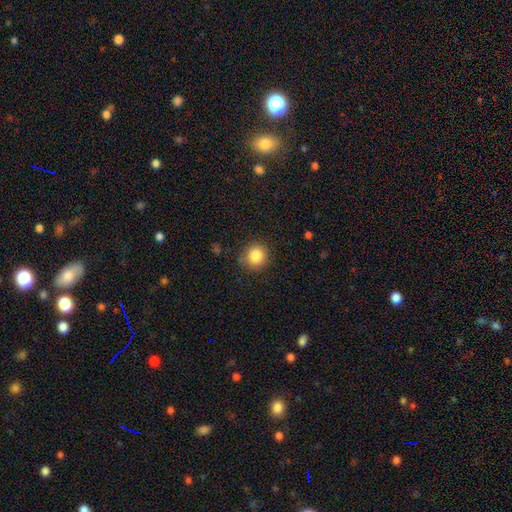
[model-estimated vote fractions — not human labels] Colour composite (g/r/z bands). It shows a smooth galaxy with no disk features (85%) that is round (90%). Merging: none (85%).